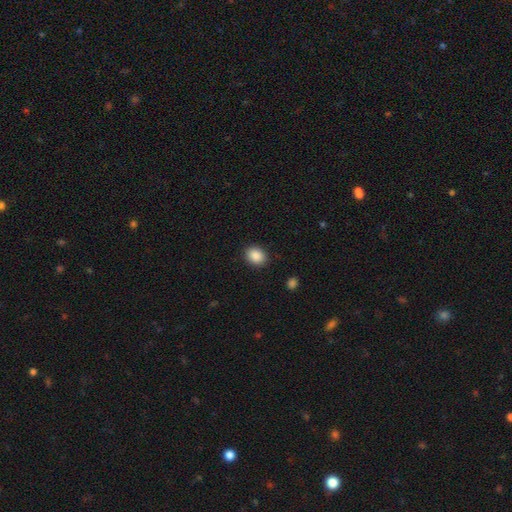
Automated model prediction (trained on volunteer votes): The model was most divided on "how rounded" (2-way tie): round: 50%, in between: 50%, cigar-shaped: 1%. More confident: merging — none (90%); smooth or featured — smooth (88%).